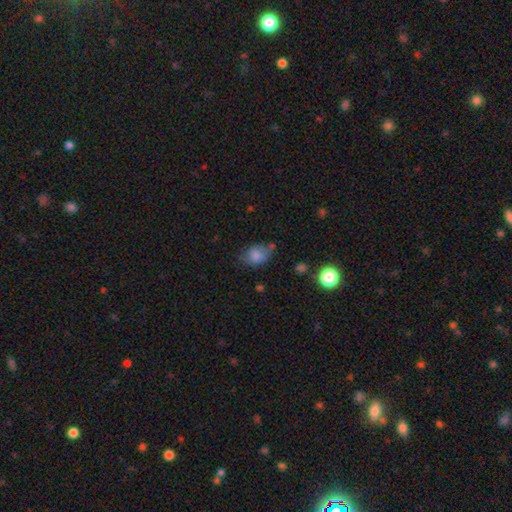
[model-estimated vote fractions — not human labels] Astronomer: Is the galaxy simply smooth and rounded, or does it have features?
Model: smooth — 77%.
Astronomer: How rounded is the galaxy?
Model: in between — 75%.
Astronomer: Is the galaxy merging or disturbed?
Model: none — 55%.